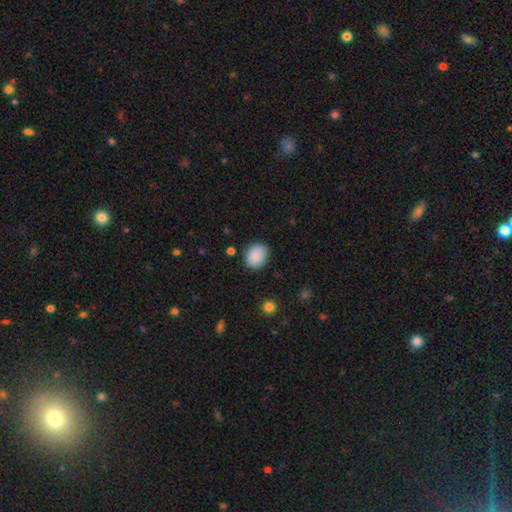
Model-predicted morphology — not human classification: This is clearly a smooth galaxy (88%). How rounded: possibly round (54%). Merging: clearly none (84%).